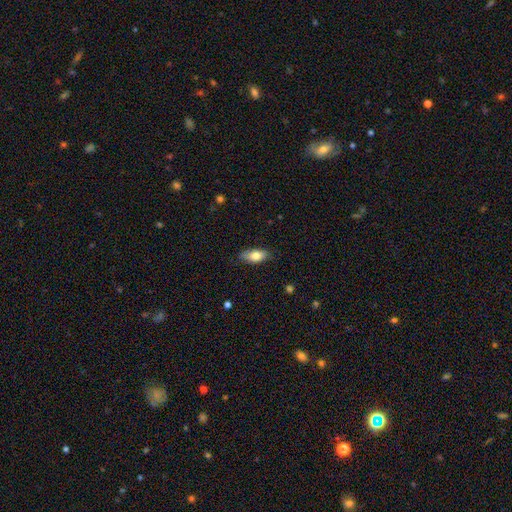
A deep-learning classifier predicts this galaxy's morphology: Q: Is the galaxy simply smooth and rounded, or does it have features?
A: smooth — 77%.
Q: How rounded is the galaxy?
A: in between — 88%.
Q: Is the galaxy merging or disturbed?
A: none — 80%.